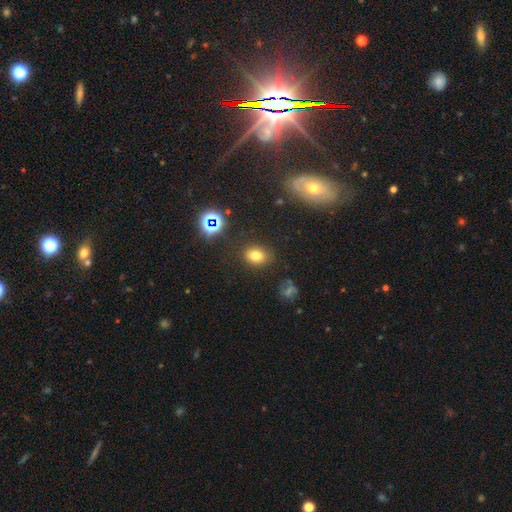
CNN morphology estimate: Smooth or featured: smooth — 73% (star or artifact — 18%)
How rounded: in between — 58% (round — 40%)
Merging: none — 84% (minor disturbance — 10%)